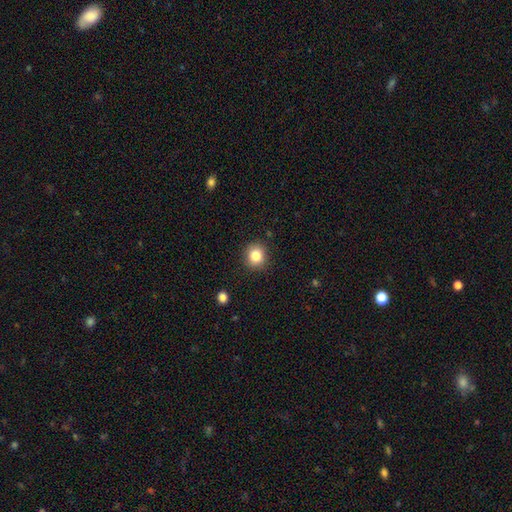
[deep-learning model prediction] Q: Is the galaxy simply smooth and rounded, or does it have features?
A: smooth — 83%.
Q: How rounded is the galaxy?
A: round — 84%.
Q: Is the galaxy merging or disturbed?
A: none — 90%.